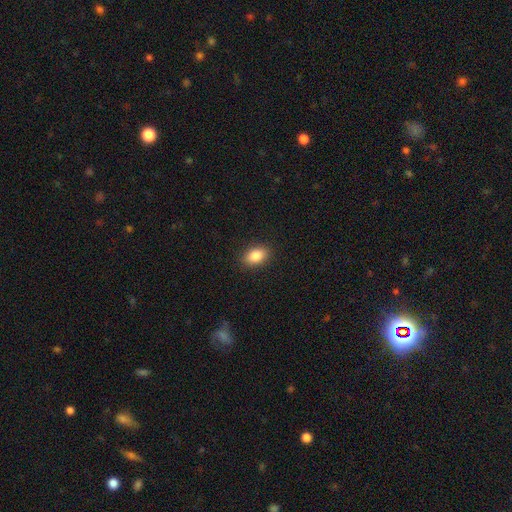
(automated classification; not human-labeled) A smooth galaxy with no disk features (86%) that is in between round and cigar-shaped (85%). Merging: none (89%).